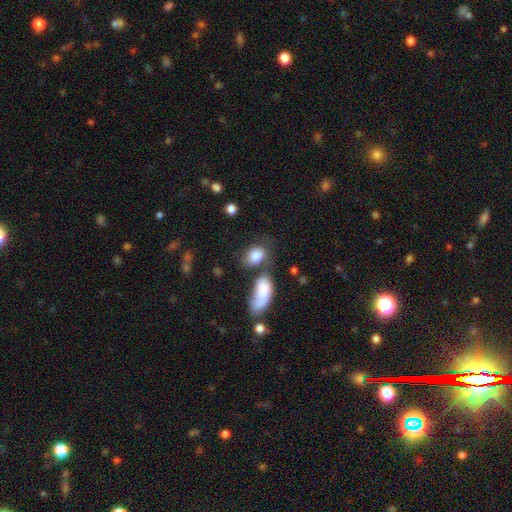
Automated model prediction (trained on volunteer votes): Smooth or featured: smooth — 82% (featured or disk — 10%)
How rounded: in between — 73% (round — 25%)
Merging: none — 45% (merger — 27%)